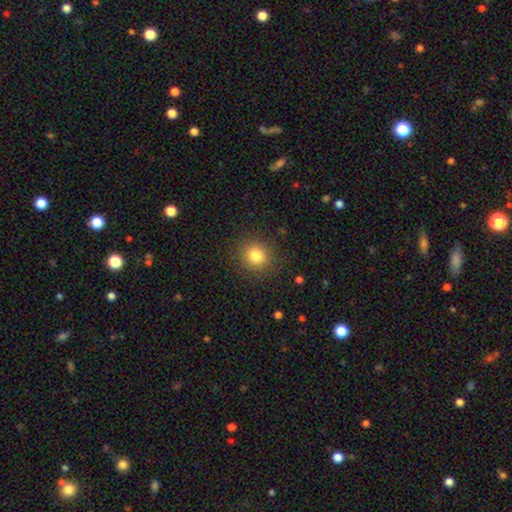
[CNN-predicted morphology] Smooth or featured: smooth — 81% (star or artifact — 12%)
How rounded: round — 88% (in between — 11%)
Merging: none — 89% (minor disturbance — 7%)